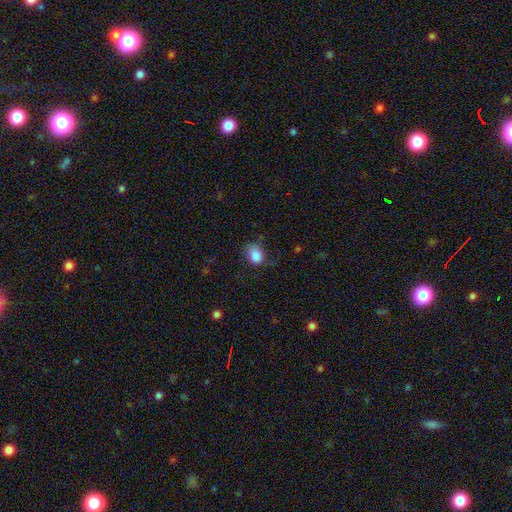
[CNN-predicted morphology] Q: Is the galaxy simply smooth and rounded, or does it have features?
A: smooth — 86%.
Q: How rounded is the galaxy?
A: in between — 63%.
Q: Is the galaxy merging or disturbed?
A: none — 57%.